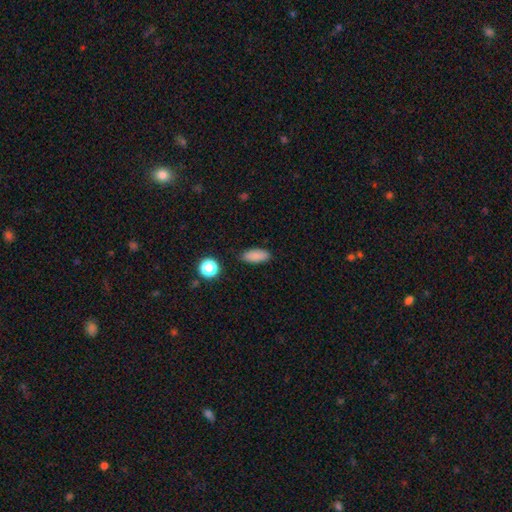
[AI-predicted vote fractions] Smooth or featured? Predicted: smooth (p=0.85). How rounded? Predicted: in between (p=0.81). Merging? Predicted: none (p=0.87).